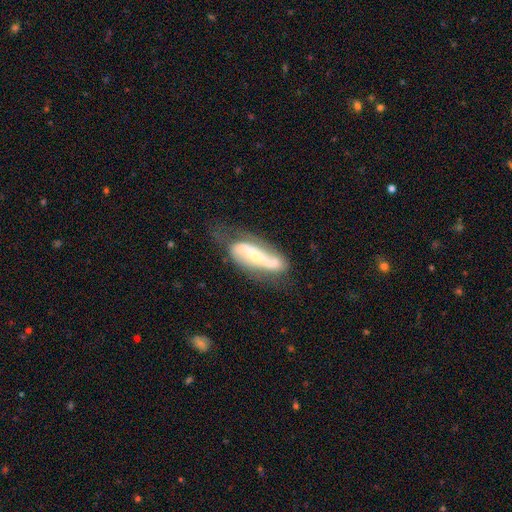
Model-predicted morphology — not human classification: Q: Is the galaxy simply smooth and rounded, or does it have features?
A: featured or disk — 78%.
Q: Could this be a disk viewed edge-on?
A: no — 87%.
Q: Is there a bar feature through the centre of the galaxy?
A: strong — 41%.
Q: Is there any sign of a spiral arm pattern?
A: yes — 91%.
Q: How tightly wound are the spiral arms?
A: loose — 49%.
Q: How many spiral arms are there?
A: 2 — 87%.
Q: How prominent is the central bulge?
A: small — 52%.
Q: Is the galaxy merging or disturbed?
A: none — 56%.